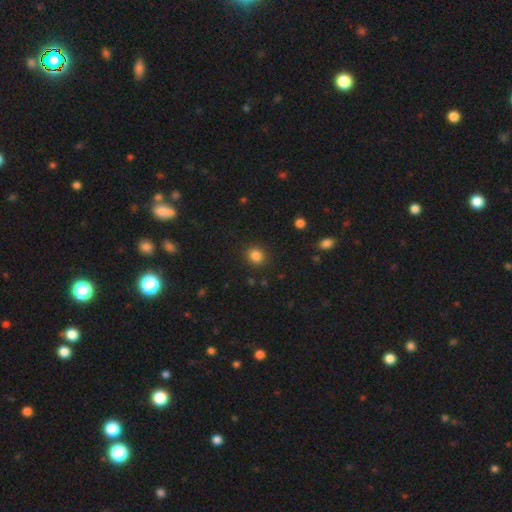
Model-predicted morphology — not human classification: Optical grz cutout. It shows a smooth galaxy with no disk features (84%) that is round (77%). Merging: none (89%).